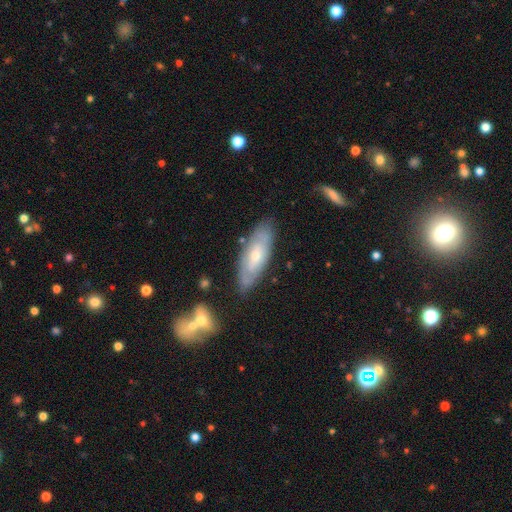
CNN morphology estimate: Overall: featured or disk (52%; smooth 42%). Edge-on disk: no (76%). Merging: none (79%).